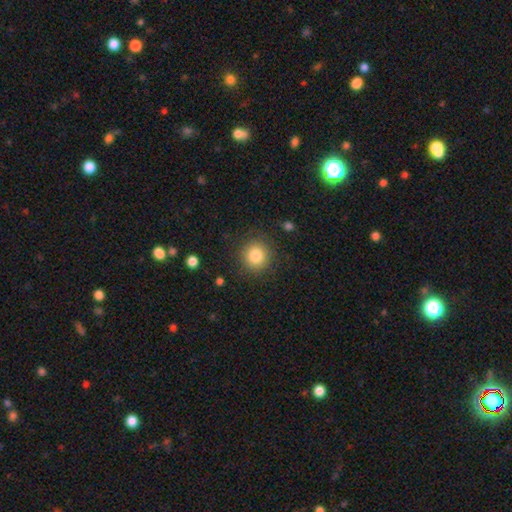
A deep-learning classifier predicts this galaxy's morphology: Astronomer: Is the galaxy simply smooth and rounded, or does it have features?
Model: smooth — 83%.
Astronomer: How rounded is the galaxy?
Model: round — 92%.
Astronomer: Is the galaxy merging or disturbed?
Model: none — 88%.